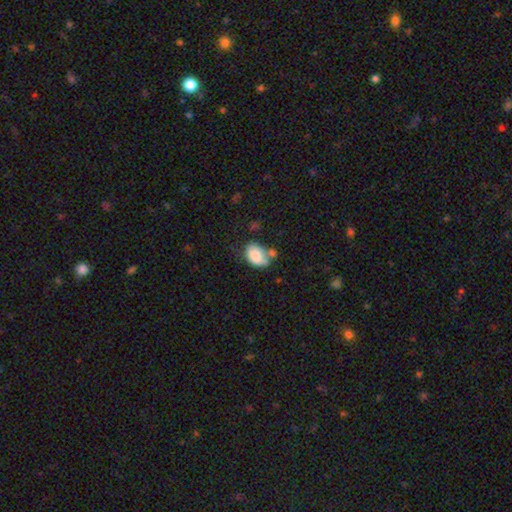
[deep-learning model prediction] A smooth galaxy with no disk features (81%) that is in between round and cigar-shaped (81%). Merging: none (39%).